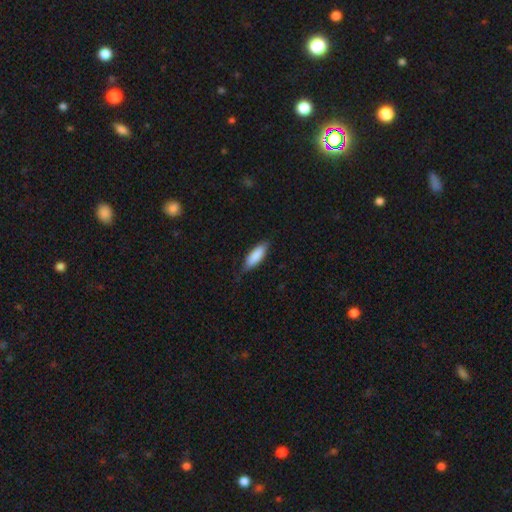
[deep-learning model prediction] Overall: smooth (85%). How rounded: in between (65%; cigar-shaped 33%). Merging: none (72%).